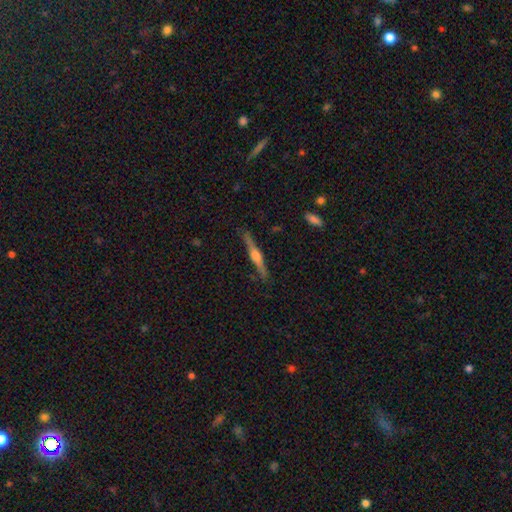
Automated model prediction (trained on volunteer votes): Smooth or featured? Predicted: featured or disk (p=0.75). Edge-on disk? Predicted: yes (p=0.98). Edge-on bulge? Predicted: rounded (p=0.85). Merging? Predicted: none (p=0.89).